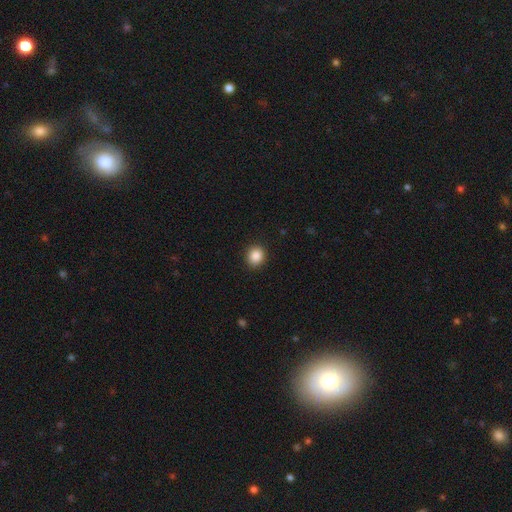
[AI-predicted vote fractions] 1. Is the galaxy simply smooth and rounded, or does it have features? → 88% smooth, 9% star or artifact, 3% featured or disk.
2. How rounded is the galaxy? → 78% round, 21% in between, 1% cigar-shaped.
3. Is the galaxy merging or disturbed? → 91% none, 6% minor disturbance, 2% major disturbance, 1% merger.